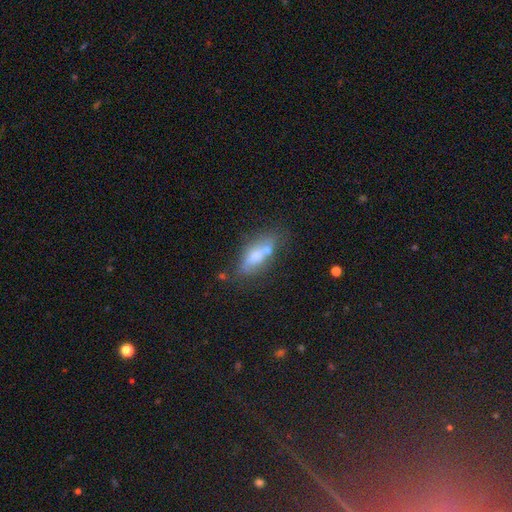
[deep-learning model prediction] Smooth or featured? Predicted: smooth (p=0.58). How rounded? Predicted: in between (p=0.69). Merging? Predicted: none (p=0.53).